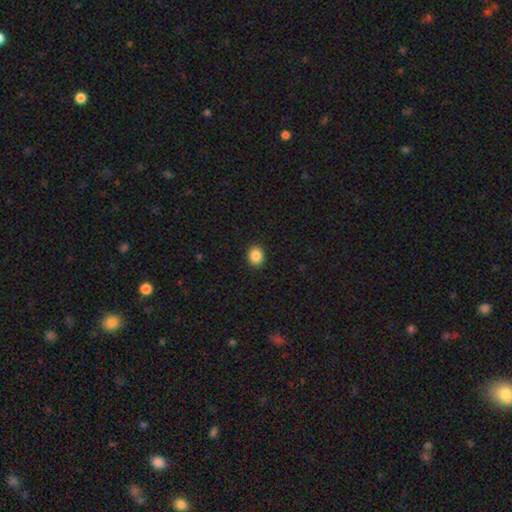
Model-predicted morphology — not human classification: Smooth or featured: smooth — 87% (star or artifact — 9%)
How rounded: round — 71% (in between — 28%)
Merging: none — 92% (minor disturbance — 6%)